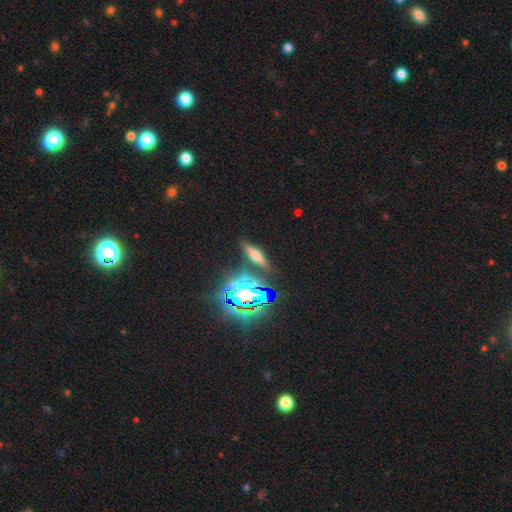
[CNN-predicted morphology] Smooth or featured?
  - smooth: 42% *
  - featured or disk: 31%
  - star or artifact: 28%
Merging?
  - none: 82% *
  - minor disturbance: 10%
  - merger: 4%
  - major disturbance: 3%